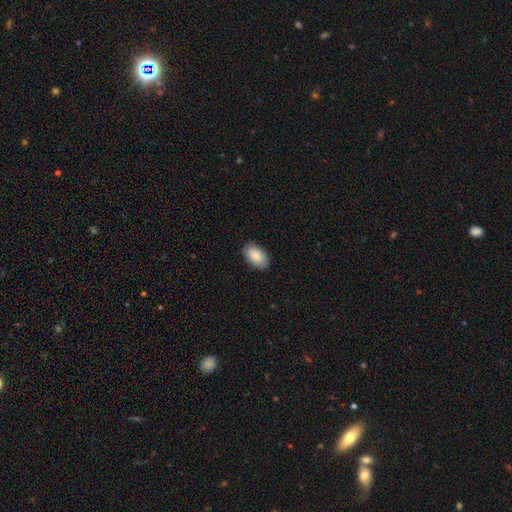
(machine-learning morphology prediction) smooth 89%, star or artifact 6%, featured or disk 6%. Down the decision tree: how rounded — in between (94%); merging — none (88%).